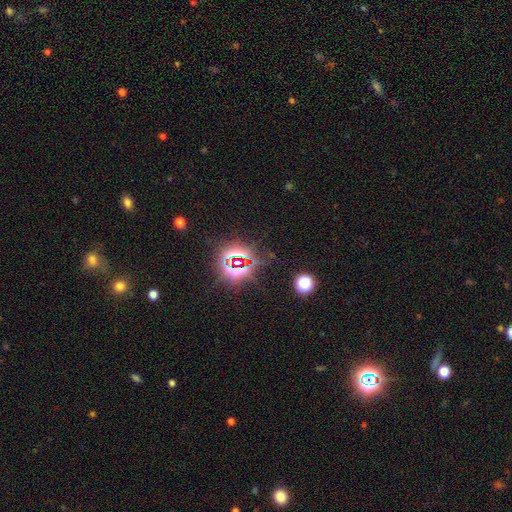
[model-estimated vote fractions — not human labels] A star or artifact, not a galaxy (79%).